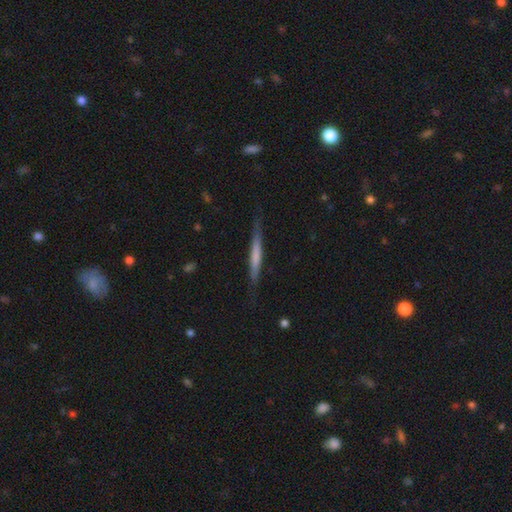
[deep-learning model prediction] This appears to be a smooth galaxy with no disk features (52%) that is cigar-shaped (96%). Merging: none (81%).